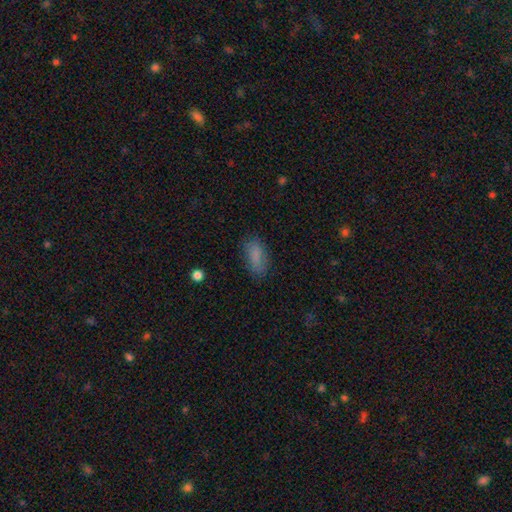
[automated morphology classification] Overall: smooth (84%). How rounded: in between (86%). Merging: none (79%).